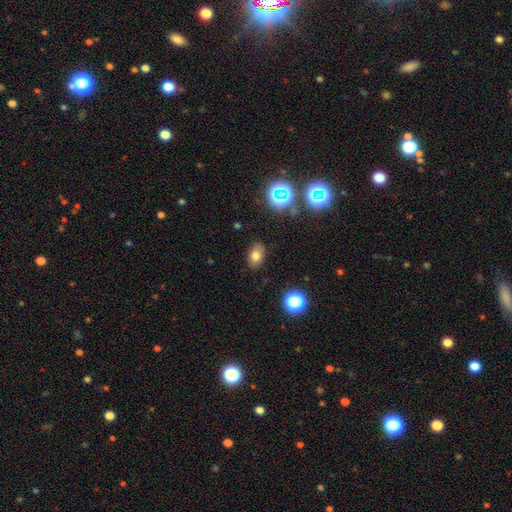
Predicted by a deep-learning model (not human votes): Smooth or featured?
  - smooth: 76% *
  - star or artifact: 15%
  - featured or disk: 9%
How rounded?
  - in between: 81% *
  - round: 17%
  - cigar-shaped: 1%
Merging?
  - none: 84% *
  - minor disturbance: 11%
  - major disturbance: 3%
  - merger: 2%